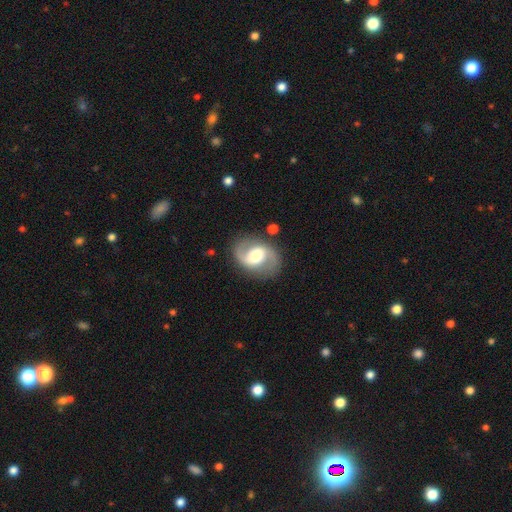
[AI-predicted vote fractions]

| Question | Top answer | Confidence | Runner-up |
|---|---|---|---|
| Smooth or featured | featured or disk | 82% | smooth (13%) |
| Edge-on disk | no | 98% | yes (2%) |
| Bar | weak | 45% | no (32%) |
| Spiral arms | yes | 93% | no (7%) |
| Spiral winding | medium | 51% | loose (35%) |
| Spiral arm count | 2 | 93% | can't tell (3%) |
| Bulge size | moderate | 50% | large (31%) |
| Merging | none | 82% | minor disturbance (11%) |